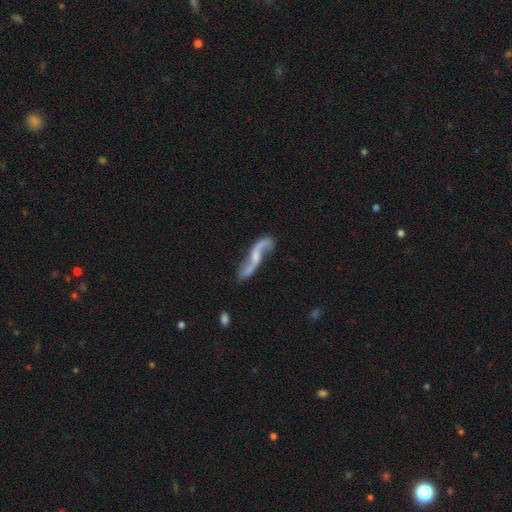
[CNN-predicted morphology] A featured or disk galaxy (85%) with no bar (46%), 2 (90%) loose (89%) spiral arms (94%) and a small central bulge (48%).

Vote fractions:
- Smooth or featured? featured or disk: 85% / smooth: 10% / star or artifact: 5%
- Edge-on disk? no: 89% / yes: 11%
- Bar? no: 46% / weak: 38% / strong: 15%
- Spiral arms? yes: 94% / no: 6%
- Spiral winding? loose: 89% / medium: 8% / tight: 3%
- Spiral arm count? 2: 90% / 1: 5% / can't tell: 2% / 3: 1% / 4: 1% / more than 4: 1%
- Bulge size? small: 48% / moderate: 25% / none: 23% / large: 3% / dominant: 1%
- Merging? none: 64% / minor disturbance: 18% / major disturbance: 12% / merger: 6%